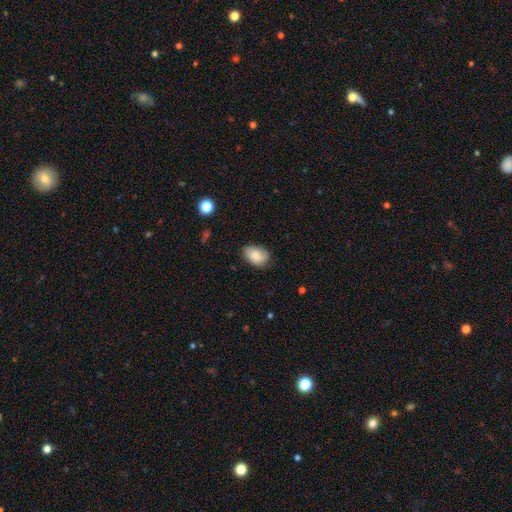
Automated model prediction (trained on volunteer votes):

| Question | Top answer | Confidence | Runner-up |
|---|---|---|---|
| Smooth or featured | smooth | 73% | featured or disk (20%) |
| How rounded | in between | 83% | round (16%) |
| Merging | none | 69% | minor disturbance (25%) |